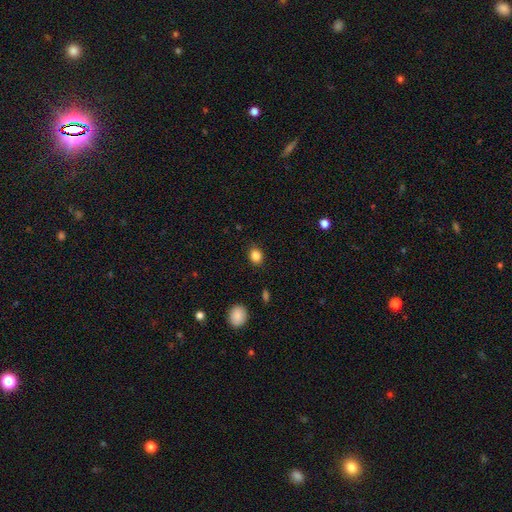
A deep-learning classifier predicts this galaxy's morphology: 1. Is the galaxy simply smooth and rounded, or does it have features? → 85% smooth, 10% star or artifact, 5% featured or disk.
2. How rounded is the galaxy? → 53% round, 46% in between, 1% cigar-shaped.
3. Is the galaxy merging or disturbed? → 87% none, 9% minor disturbance, 2% major disturbance, 1% merger.